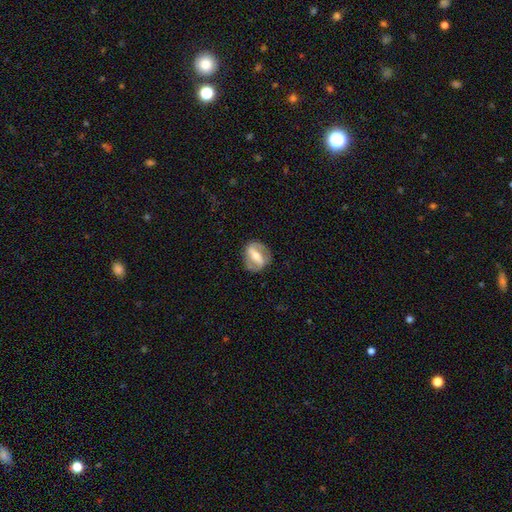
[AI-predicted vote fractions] A featured or disk galaxy (76%) with a strong bar (74%), spiral arms (67%) and a moderate central bulge (55%).

Vote fractions:
- Smooth or featured? featured or disk: 76% / smooth: 19% / star or artifact: 5%
- Edge-on disk? no: 91% / yes: 9%
- Bar? strong: 74% / weak: 18% / no: 8%
- Spiral arms? yes: 67% / no: 33%
- Bulge size? moderate: 55% / small: 35% / large: 6% / none: 2% / dominant: 1%
- Merging? none: 83% / minor disturbance: 11% / major disturbance: 5% / merger: 1%